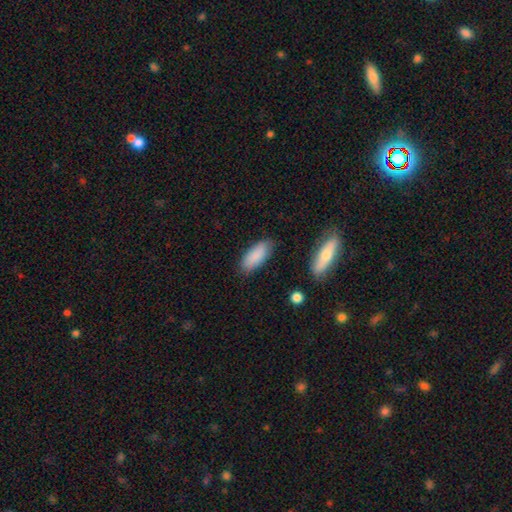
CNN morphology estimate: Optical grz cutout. It shows a smooth galaxy with no disk features (87%) that is in between round and cigar-shaped (81%). Merging: none (81%).